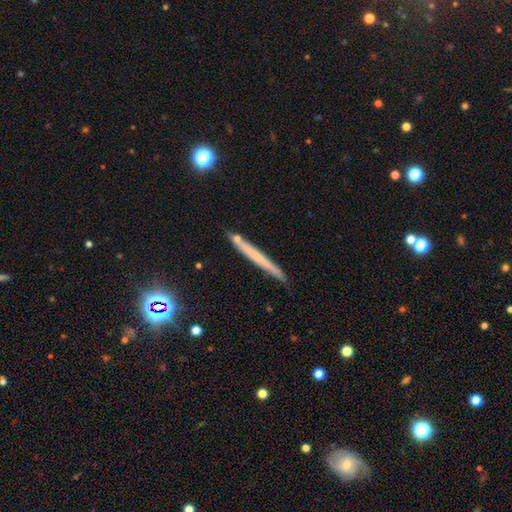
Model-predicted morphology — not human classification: smooth 51%, featured or disk 39%, star or artifact 10%. Down the decision tree: how rounded — cigar-shaped (97%); merging — none (86%).